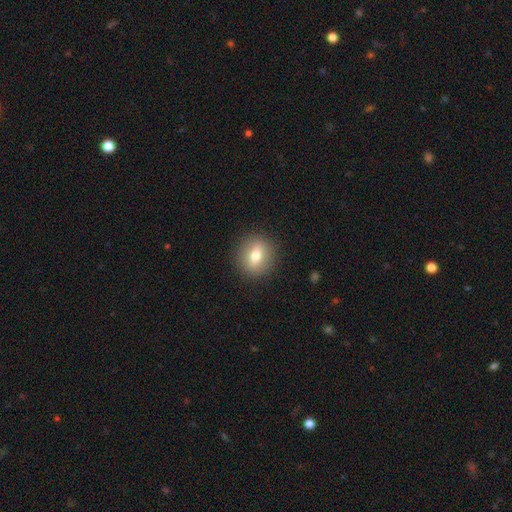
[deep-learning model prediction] Morphology: type=smooth (69%); roundness=round (74%); merging=none (89%).